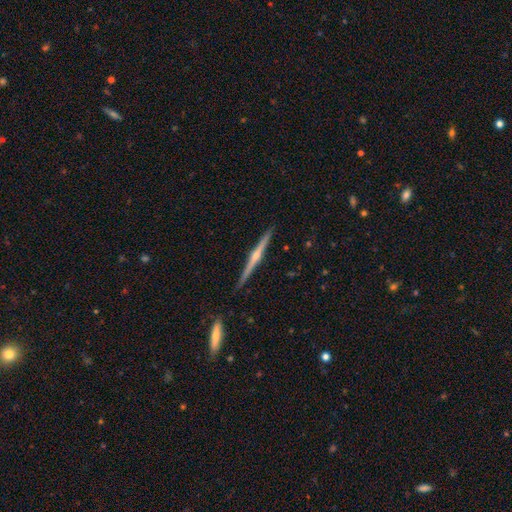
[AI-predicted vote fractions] featured or disk 78%, smooth 17%, star or artifact 5%. Down the decision tree: edge-on disk — yes (98%); edge-on bulge — rounded (79%); merging — none (91%).